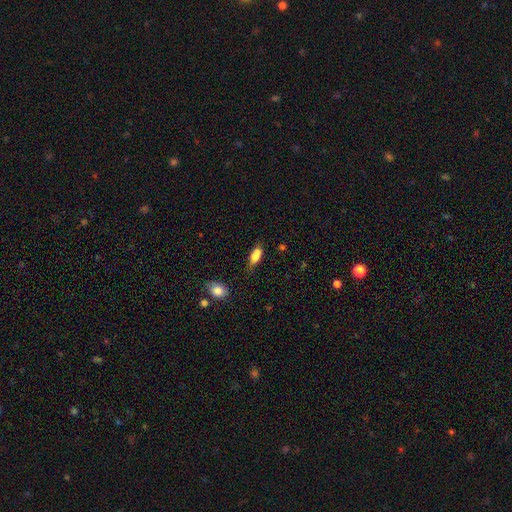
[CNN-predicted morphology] Smooth or featured?
  - smooth: 77% *
  - featured or disk: 14%
  - star or artifact: 9%
How rounded?
  - in between: 75% *
  - cigar-shaped: 21%
  - round: 4%
Merging?
  - none: 46% *
  - minor disturbance: 27%
  - merger: 18%
  - major disturbance: 9%